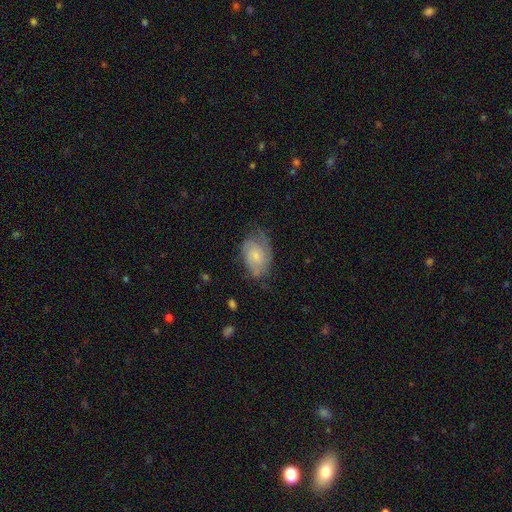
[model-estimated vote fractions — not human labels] featured or disk 53%, smooth 40%, star or artifact 7%. Down the decision tree: edge-on disk — no (96%); bar — no (67%); spiral arms — yes (81%); bulge size — small (66%); merging — none (53%).